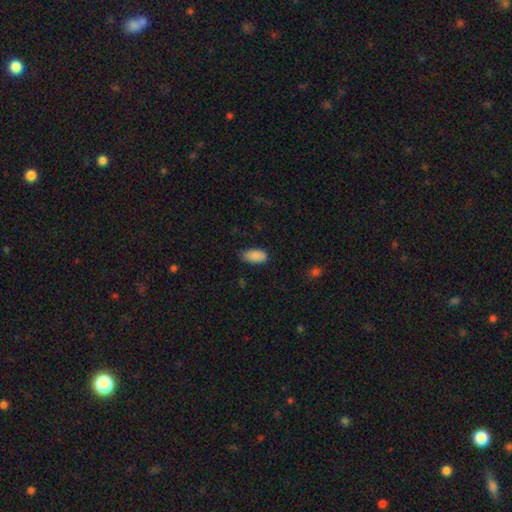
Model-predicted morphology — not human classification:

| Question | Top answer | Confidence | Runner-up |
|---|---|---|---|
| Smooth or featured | smooth | 89% | star or artifact (7%) |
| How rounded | in between | 93% | cigar-shaped (4%) |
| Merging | none | 77% | minor disturbance (19%) |